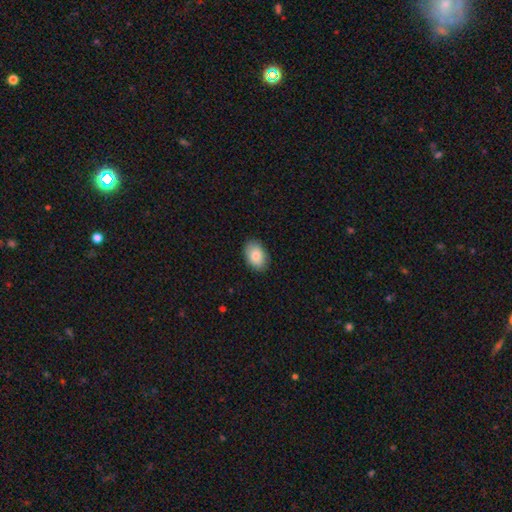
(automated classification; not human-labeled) smooth 84%, featured or disk 10%, star or artifact 7%. Down the decision tree: how rounded — in between (85%); merging — none (86%).